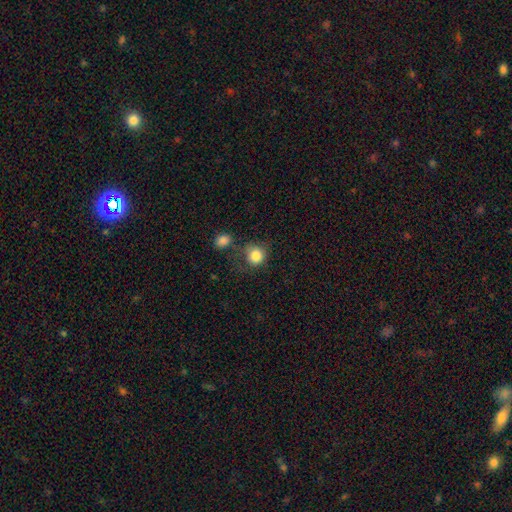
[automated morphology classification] Q: Smooth or featured?
A: smooth (84%); runner-up: star or artifact (10%)
Q: How rounded?
A: round (88%); runner-up: in between (12%)
Q: Merging?
A: none (60%); runner-up: minor disturbance (18%)